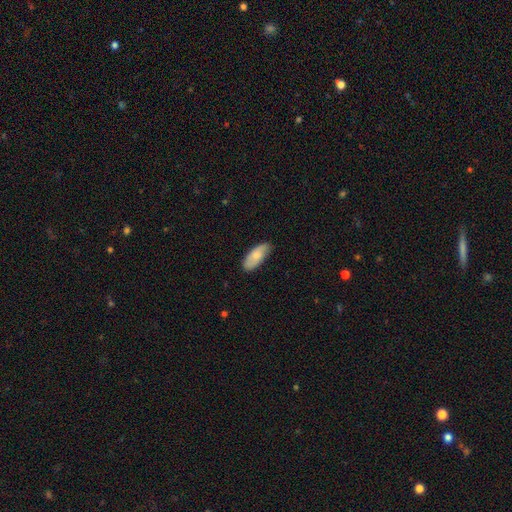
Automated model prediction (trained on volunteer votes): Overall: smooth (78%). How rounded: in between (84%). Merging: none (81%).